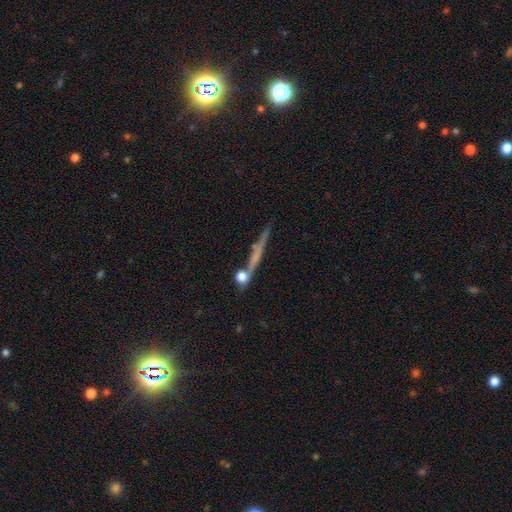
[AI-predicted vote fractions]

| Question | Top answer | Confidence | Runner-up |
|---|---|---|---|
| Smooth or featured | featured or disk | 50% | smooth (36%) |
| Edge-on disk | yes | 93% | no (7%) |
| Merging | none | 75% | minor disturbance (12%) |